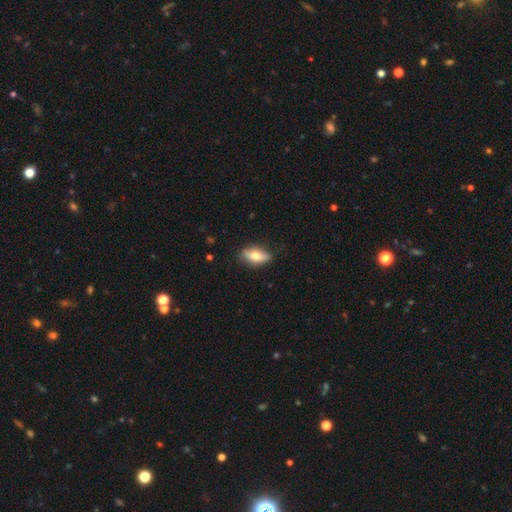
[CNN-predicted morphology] A smooth galaxy with no disk features (62%) that is in between round and cigar-shaped (78%). Merging: none (83%).